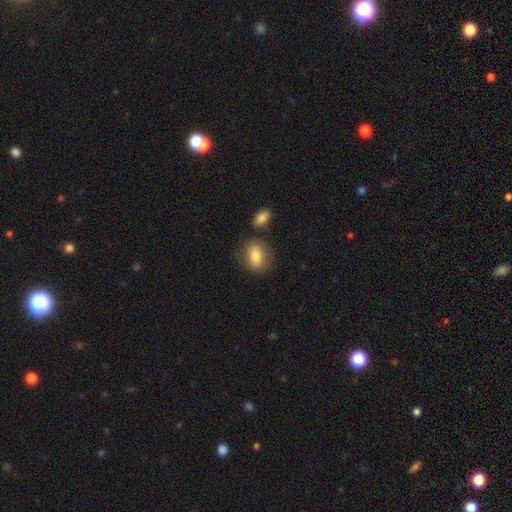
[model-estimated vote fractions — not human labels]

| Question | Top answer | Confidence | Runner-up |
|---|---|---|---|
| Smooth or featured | smooth | 78% | featured or disk (14%) |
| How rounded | in between | 68% | round (30%) |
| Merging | none | 73% | minor disturbance (15%) |